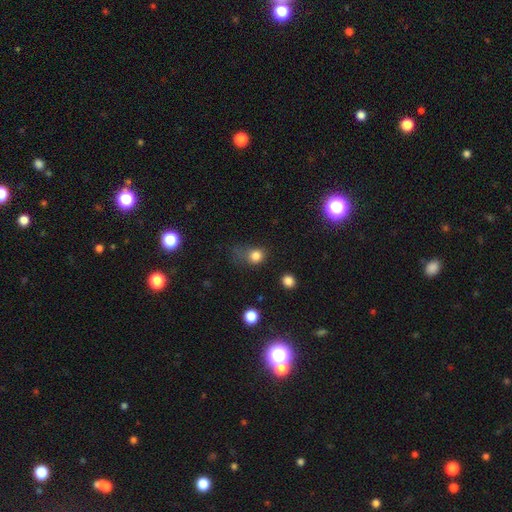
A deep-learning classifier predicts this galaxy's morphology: smooth 80%, star or artifact 14%, featured or disk 7%. Down the decision tree: how rounded — round (71%); merging — none (42%).